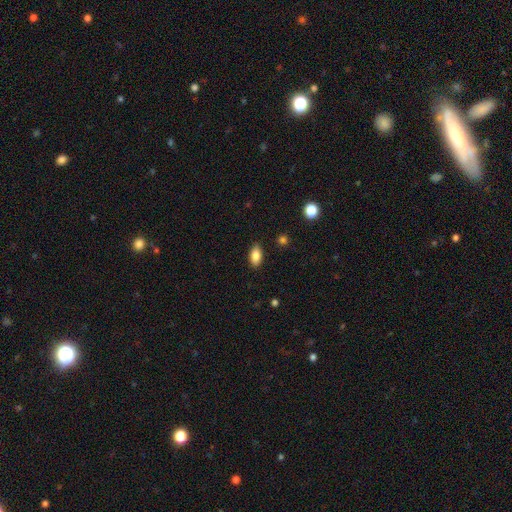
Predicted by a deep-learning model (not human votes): smooth_or_featured: smooth (p=0.84) [alt: star or artifact p=0.08]
how_rounded: in between (p=0.90) [alt: cigar-shaped p=0.05]
merging: none (p=0.88) [alt: minor disturbance p=0.09]